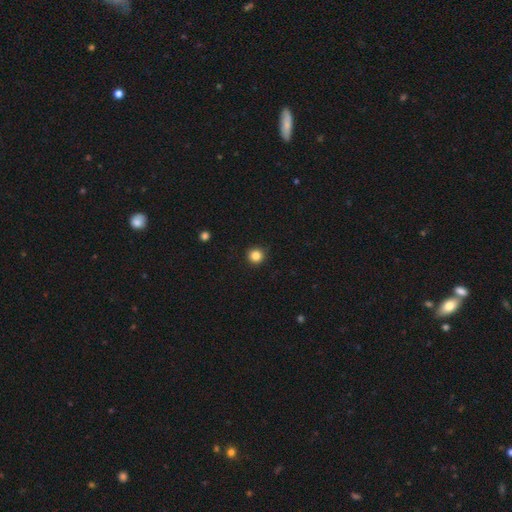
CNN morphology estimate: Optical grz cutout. It shows a smooth galaxy with no disk features (85%) that is round (95%). Merging: none (92%).